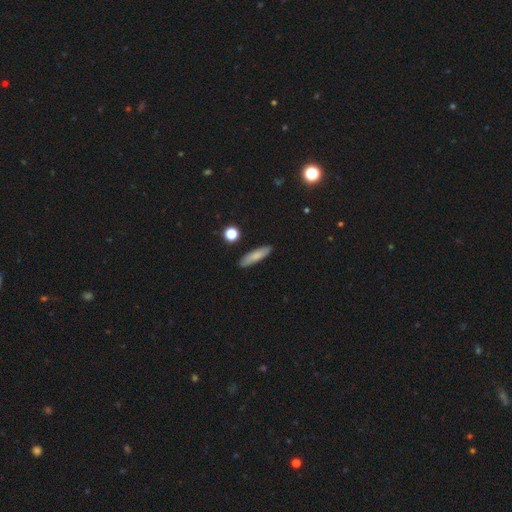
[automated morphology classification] Overall: smooth (79%). How rounded: cigar-shaped (71%). Merging: none (88%).